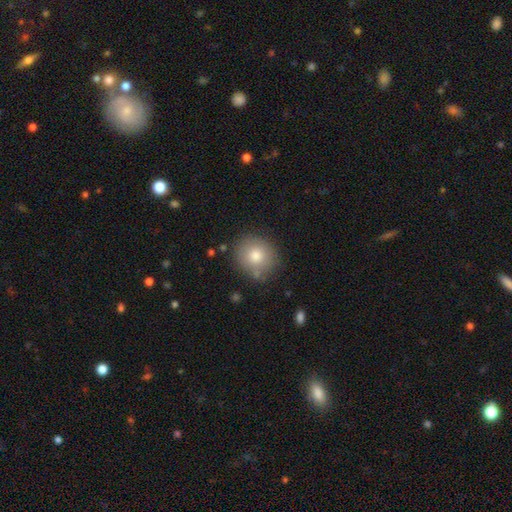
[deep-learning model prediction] This is likely a smooth galaxy (79%). How rounded: clearly round (88%). Merging: clearly none (82%).